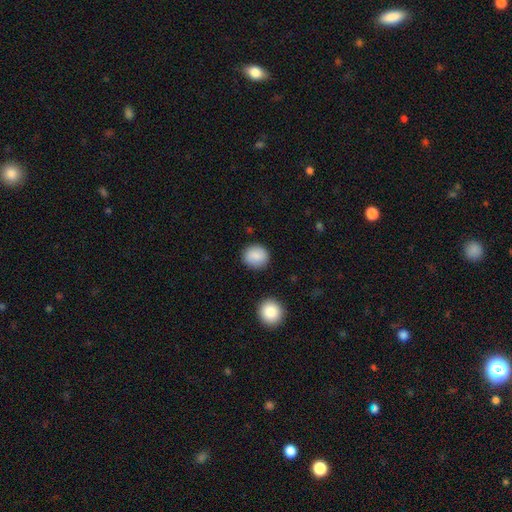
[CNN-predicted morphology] Overall: smooth (85%). How rounded: round (87%). Merging: none (88%).